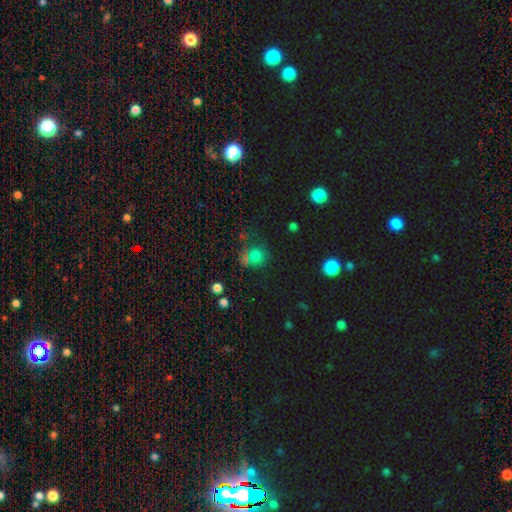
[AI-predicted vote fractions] smooth_or_featured: smooth (p=0.65) [alt: star or artifact p=0.27]
how_rounded: round (p=0.82) [alt: in between p=0.17]
merging: none (p=0.61) [alt: merger p=0.16]